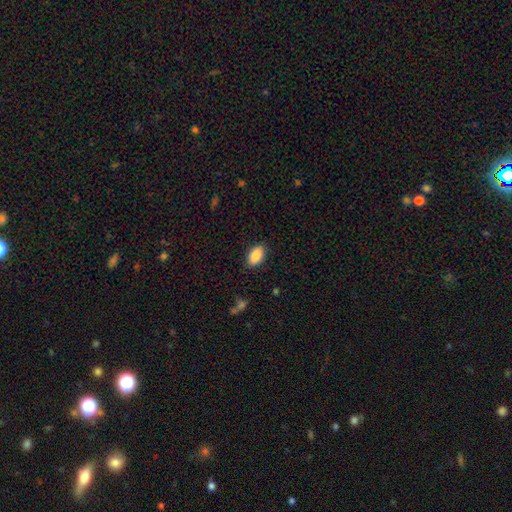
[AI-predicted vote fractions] This is clearly a smooth galaxy (89%). How rounded: clearly in between (93%). Merging: clearly none (87%).